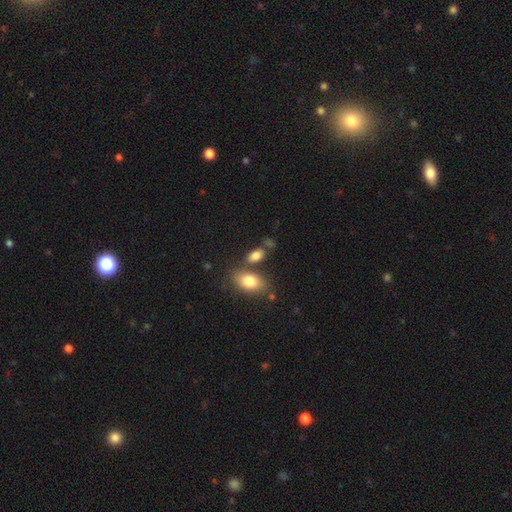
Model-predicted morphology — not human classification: Smooth or featured? Predicted: smooth (p=0.82). How rounded? Predicted: in between (p=0.86). Merging? Predicted: none (p=0.64).